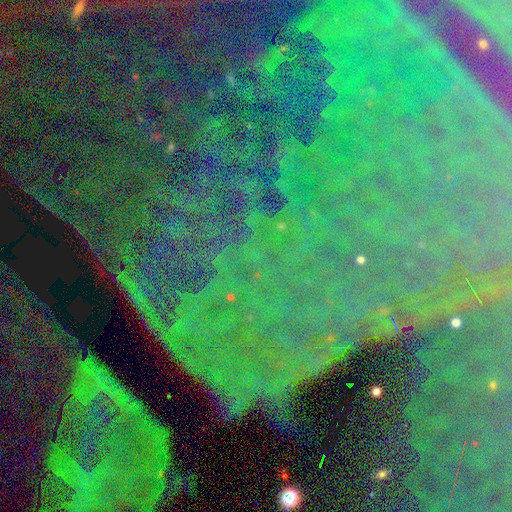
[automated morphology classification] A star or artifact, not a galaxy (82%).

Vote fractions:
- Smooth or featured? star or artifact: 82% / smooth: 9% / featured or disk: 9%